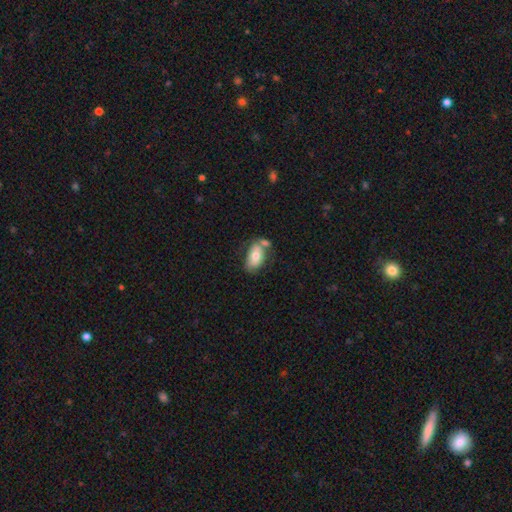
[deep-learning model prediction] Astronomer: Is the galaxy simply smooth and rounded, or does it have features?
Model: smooth — 65%.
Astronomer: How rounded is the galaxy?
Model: in between — 91%.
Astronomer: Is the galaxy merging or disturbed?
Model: none — 43% (runner-up: merger, 29%).